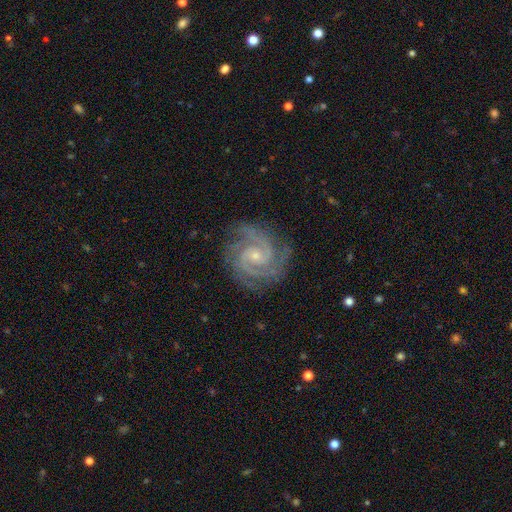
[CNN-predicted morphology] This is clearly a featured or disk galaxy (93%). It is clearly not viewed edge-on (98%). Bar: possibly no (59%). Spiral arm pattern: clearly yes (99%). Spiral arm count: likely 2 (60%). Spiral winding: likely tight (62%). Central bulge: likely small (76%). Merging: clearly none (82%).